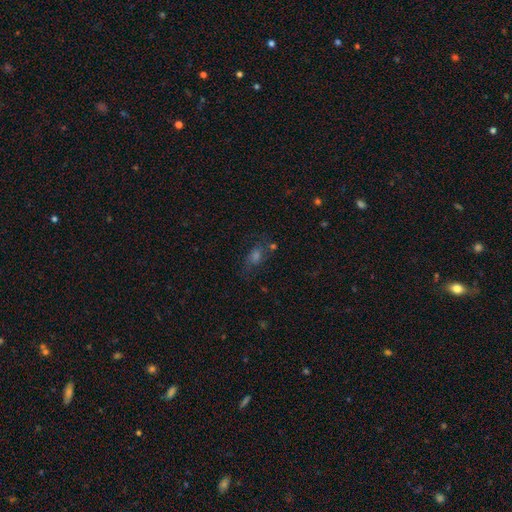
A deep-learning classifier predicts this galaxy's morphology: Overall: smooth (42%; star or artifact 34%). Merging: none (64%).